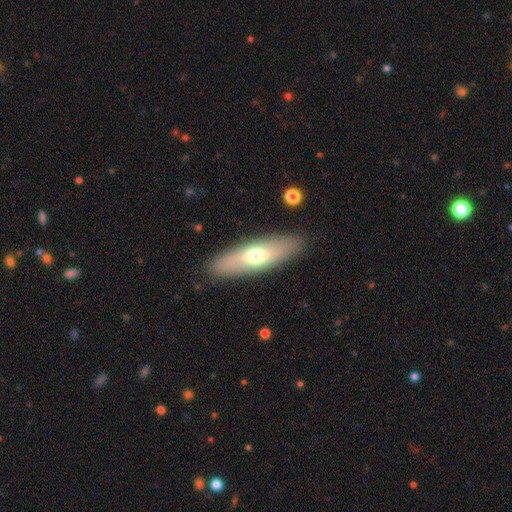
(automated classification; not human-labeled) Morphology: type=smooth (61%); roundness=in between (51%); merging=none (88%).